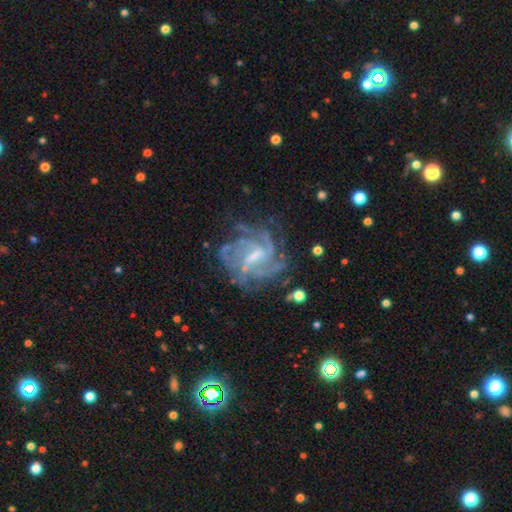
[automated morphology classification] This is clearly a featured or disk galaxy (85%). It is clearly not viewed edge-on (97%). Bar: possibly weak (54%). Spiral arm pattern: clearly yes (90%). Spiral arm count: marginally can't tell (33%). Spiral winding: possibly tight (45%). Central bulge: marginally small (37%). Merging: possibly none (58%).